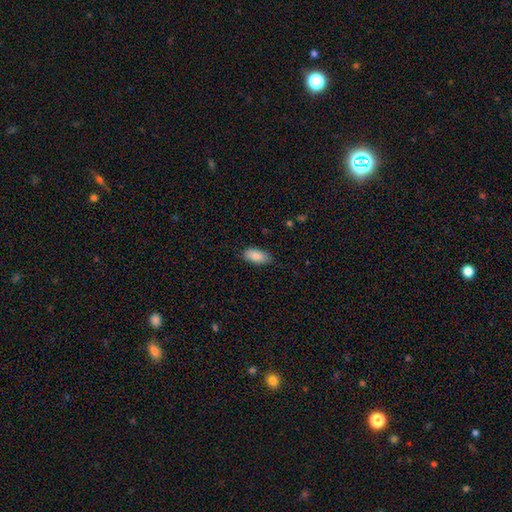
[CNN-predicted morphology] Smooth or featured: smooth — 87% (star or artifact — 6%)
How rounded: in between — 91% (cigar-shaped — 6%)
Merging: none — 79% (minor disturbance — 17%)